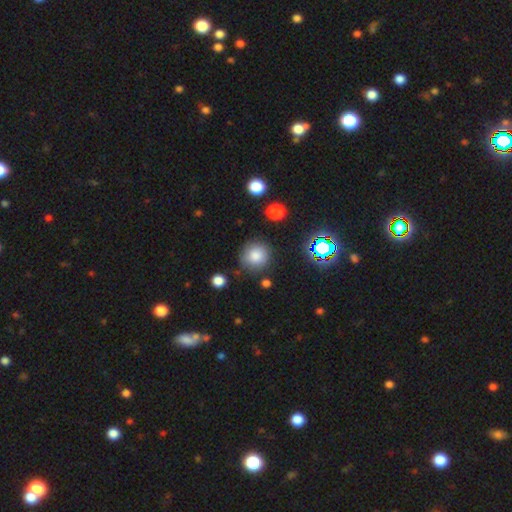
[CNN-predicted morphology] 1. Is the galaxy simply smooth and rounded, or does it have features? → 80% smooth, 13% star or artifact, 7% featured or disk.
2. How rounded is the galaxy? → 91% round, 8% in between, 1% cigar-shaped.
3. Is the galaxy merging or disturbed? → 81% none, 12% minor disturbance, 4% major disturbance, 4% merger.